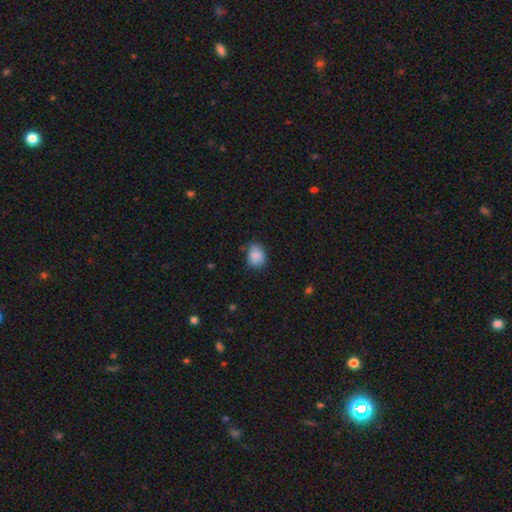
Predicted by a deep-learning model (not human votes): Smooth or featured? Predicted: smooth (p=0.87). How rounded? Predicted: in between (p=0.53). Merging? Predicted: none (p=0.67).